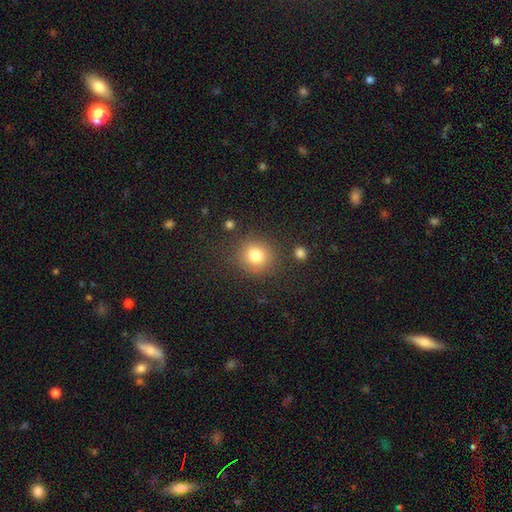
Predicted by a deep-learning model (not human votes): Overall: smooth (80%). How rounded: round (88%). Merging: none (83%).